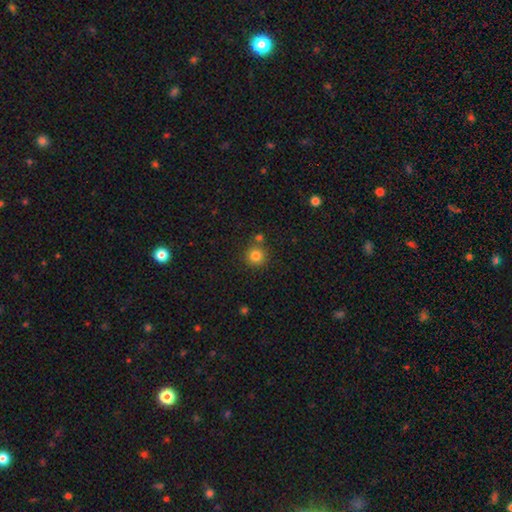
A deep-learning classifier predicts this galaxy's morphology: Smooth or featured? smooth (83%)
How rounded? round (93%)
Merging? none (76%)